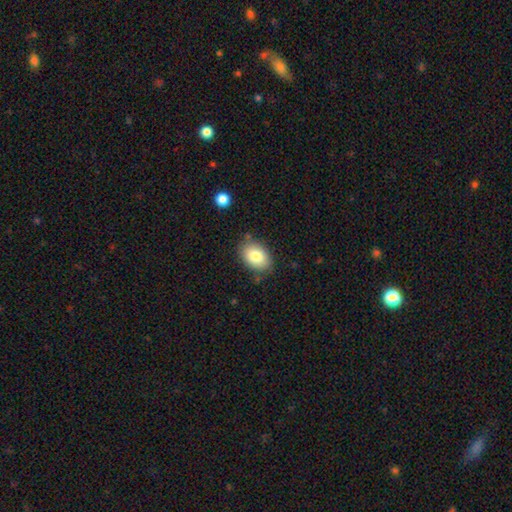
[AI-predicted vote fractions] smooth_or_featured: smooth (p=0.83) [alt: featured or disk p=0.09]
how_rounded: in between (p=0.84) [alt: round p=0.15]
merging: none (p=0.79) [alt: minor disturbance p=0.15]